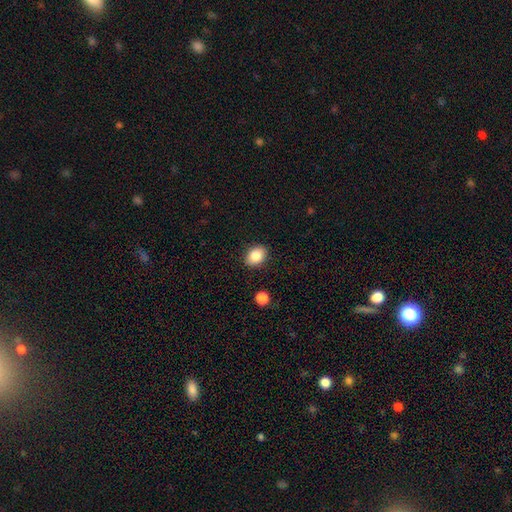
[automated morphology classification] A smooth galaxy with no disk features (85%) that is in between round and cigar-shaped (69%).

Vote fractions:
- Smooth or featured? smooth: 85% / star or artifact: 9% / featured or disk: 6%
- How rounded? in between: 69% / round: 30% / cigar-shaped: 1%
- Merging? none: 87% / minor disturbance: 9% / major disturbance: 2% / merger: 2%